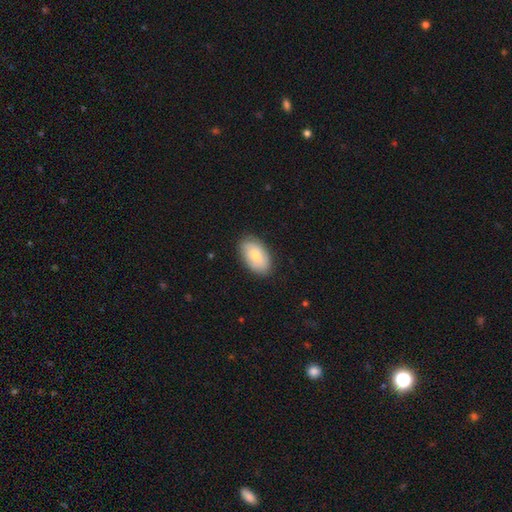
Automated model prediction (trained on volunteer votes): Smooth or featured? smooth (73%)
How rounded? in between (93%)
Merging? none (83%)